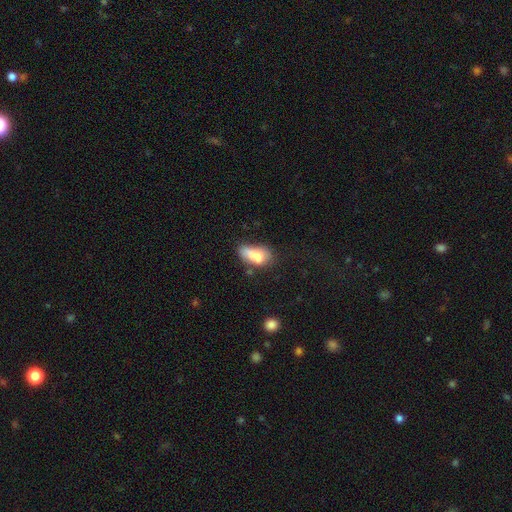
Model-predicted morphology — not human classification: Smooth or featured? Predicted: smooth (p=0.73). How rounded? Predicted: in between (p=0.85). Merging? Predicted: minor disturbance (p=0.31).